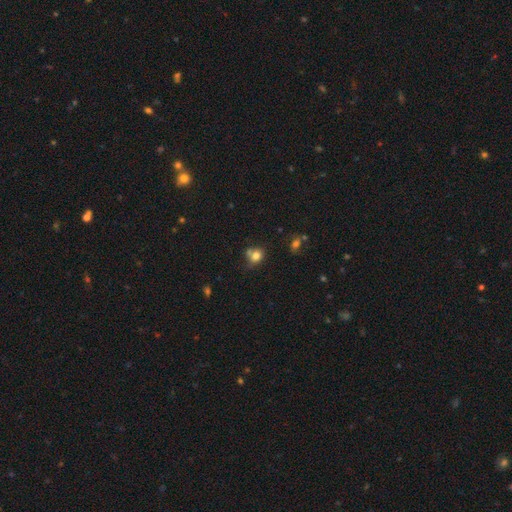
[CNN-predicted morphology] A smooth galaxy with no disk features (78%) that is round (67%).

Vote fractions:
- Smooth or featured? smooth: 78% / star or artifact: 12% / featured or disk: 9%
- How rounded? round: 67% / in between: 32% / cigar-shaped: 1%
- Merging? none: 51% / minor disturbance: 24% / merger: 17% / major disturbance: 9%